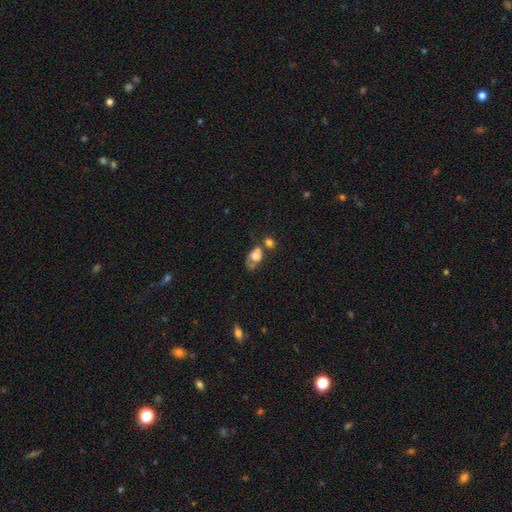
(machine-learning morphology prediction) smooth_or_featured: smooth (p=0.63) [alt: featured or disk p=0.27]
how_rounded: in between (p=0.71) [alt: round p=0.27]
merging: merger (p=0.37) [alt: none p=0.27]